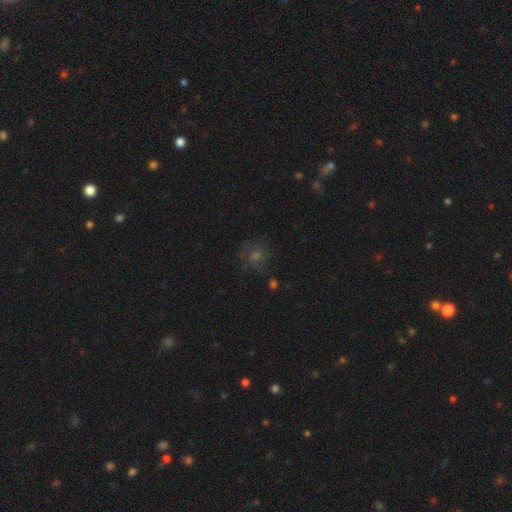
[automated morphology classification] This is marginally a featured or disk galaxy (35%, tied with smooth). Merging: likely none (74%).